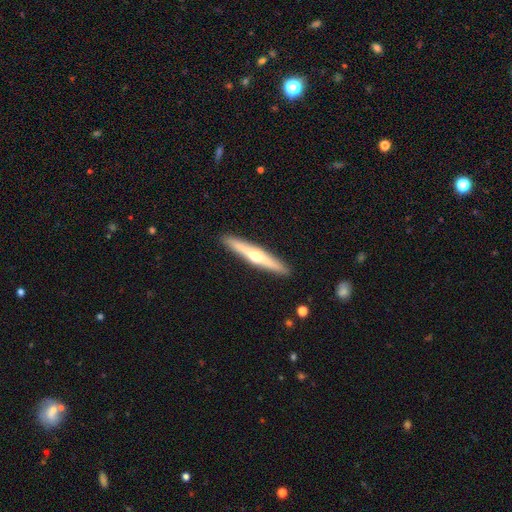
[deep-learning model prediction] A featured or disk galaxy (65%) viewed edge-on (97%) with a rounded central bulge (92%). Merging: none (91%).